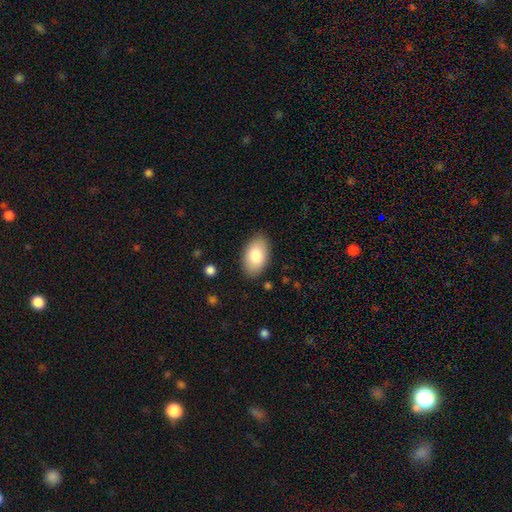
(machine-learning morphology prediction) smooth-or-featured: smooth: 81% | featured or disk: 13% | star or artifact: 6%
  how-rounded: in between: 94% | round: 5% | cigar-shaped: 1%
  merging: none: 86% | minor disturbance: 10% | major disturbance: 3% | merger: 1%